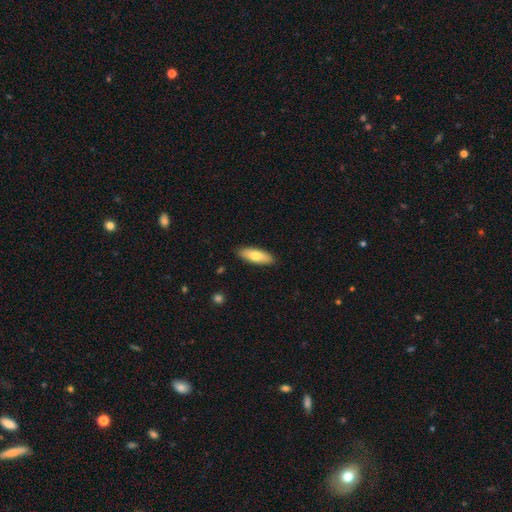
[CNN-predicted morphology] This is likely a smooth galaxy (77%). How rounded: likely in between (63%). Merging: clearly none (88%).